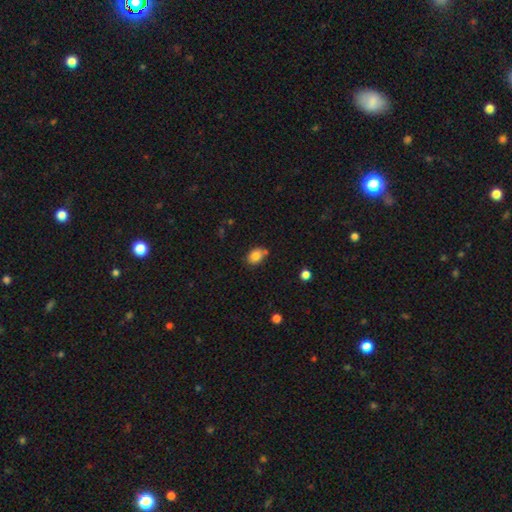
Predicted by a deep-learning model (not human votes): Smooth or featured? Predicted: smooth (p=0.84). How rounded? Predicted: in between (p=0.71). Merging? Predicted: none (p=0.65).